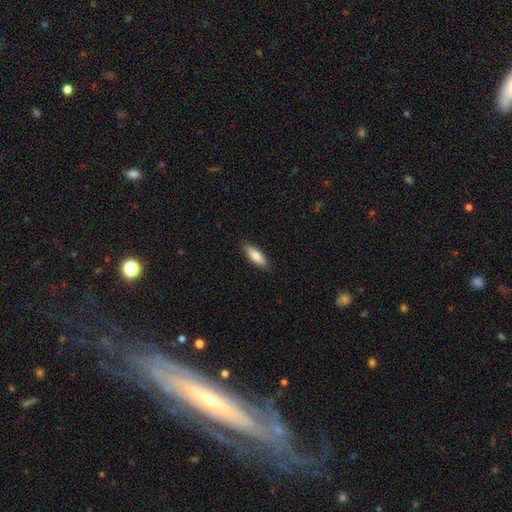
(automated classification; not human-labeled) Smooth or featured: smooth — 80% (featured or disk — 14%)
How rounded: in between — 55% (cigar-shaped — 43%)
Merging: none — 88% (minor disturbance — 9%)